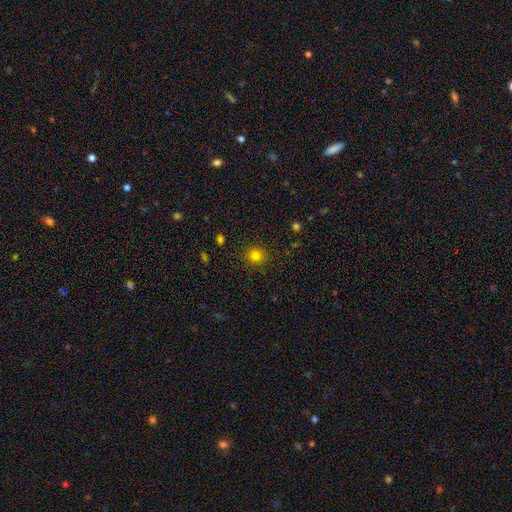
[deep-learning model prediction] This is clearly a smooth galaxy (81%). How rounded: clearly round (88%). Merging: clearly none (90%).